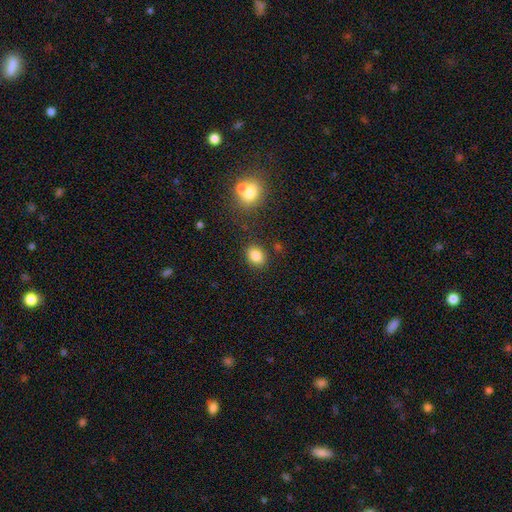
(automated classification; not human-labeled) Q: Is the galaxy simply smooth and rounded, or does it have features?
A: smooth — 84%.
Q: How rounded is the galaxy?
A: in between — 58%.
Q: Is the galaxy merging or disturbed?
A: none — 83%.